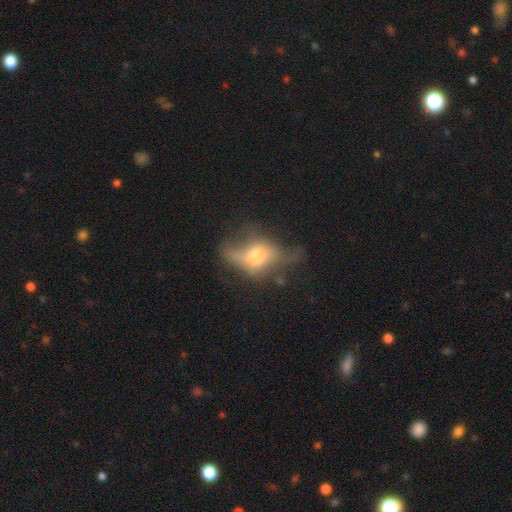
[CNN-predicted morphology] Q: Smooth or featured?
A: featured or disk (59%); runner-up: smooth (31%)
Q: Edge-on disk?
A: no (59%); runner-up: yes (41%)
Q: Merging?
A: none (37%); runner-up: major disturbance (33%)